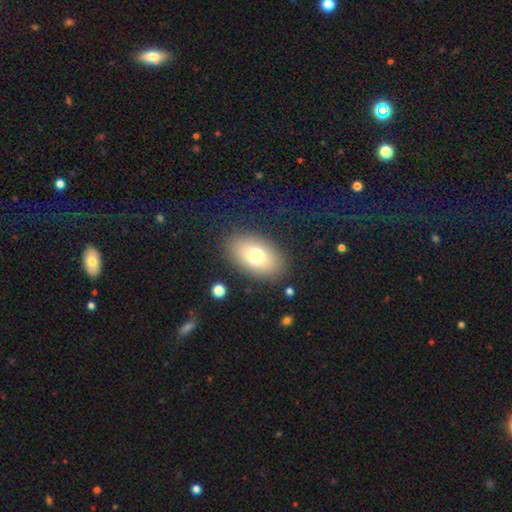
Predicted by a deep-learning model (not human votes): smooth-or-featured: smooth: 72% | featured or disk: 18% | star or artifact: 10%
  how-rounded: in between: 88% | round: 10% | cigar-shaped: 1%
  merging: none: 84% | minor disturbance: 10% | major disturbance: 4% | merger: 2%